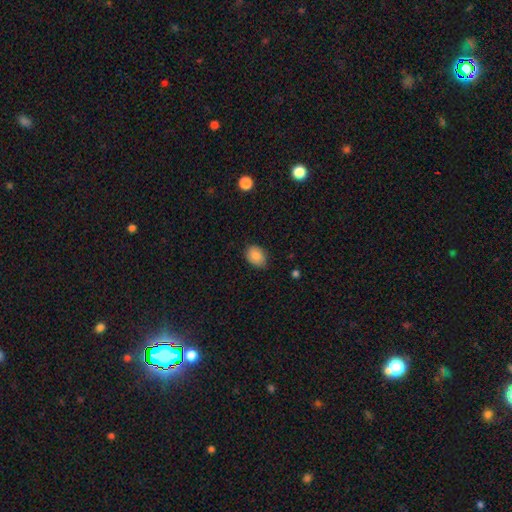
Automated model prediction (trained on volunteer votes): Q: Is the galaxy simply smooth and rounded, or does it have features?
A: smooth — 88%.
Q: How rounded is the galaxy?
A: in between — 75%.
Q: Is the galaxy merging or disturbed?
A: none — 76%.